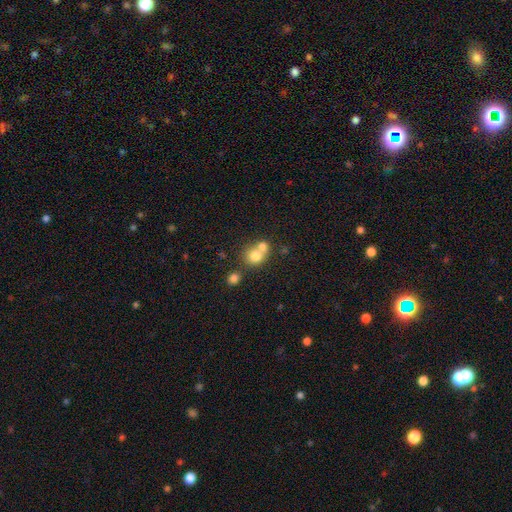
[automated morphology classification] A smooth galaxy with no disk features (75%) that is round (80%). Merging: merger (54%).